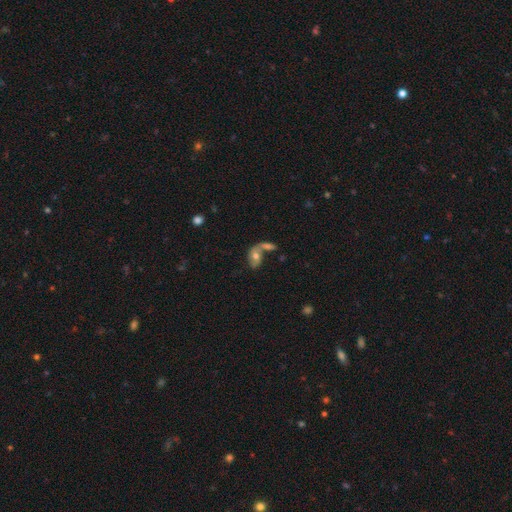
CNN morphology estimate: The model was most divided on "smooth or featured": featured or disk: 47%, smooth: 44%, star or artifact: 10%. More confident: merging — merger (53%).